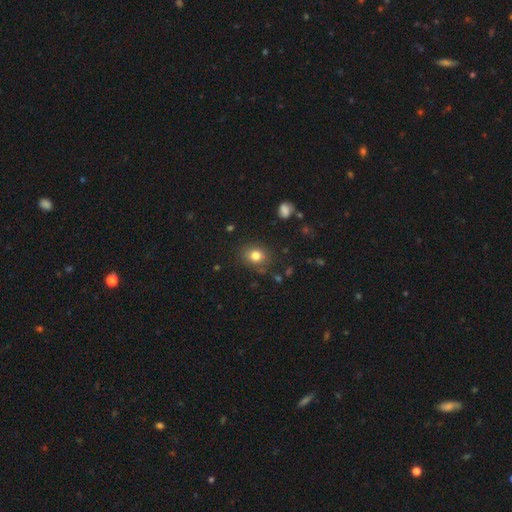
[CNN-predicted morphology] smooth_or_featured: smooth (p=0.81) [alt: star or artifact p=0.12]
how_rounded: round (p=0.64) [alt: in between p=0.35]
merging: none (p=0.81) [alt: minor disturbance p=0.14]